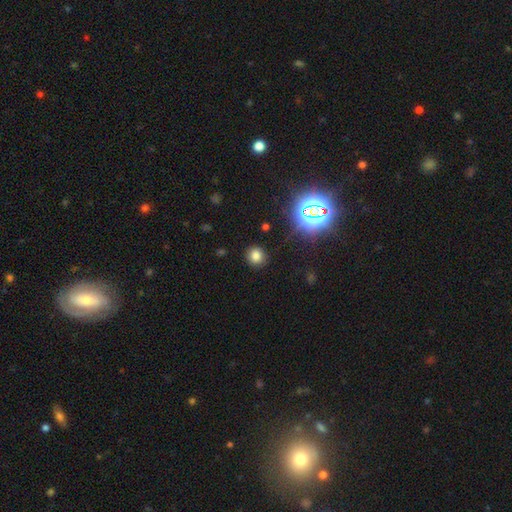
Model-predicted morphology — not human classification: smooth_or_featured: smooth (p=0.75) [alt: star or artifact p=0.19]
how_rounded: round (p=0.88) [alt: in between p=0.11]
merging: none (p=0.89) [alt: minor disturbance p=0.07]